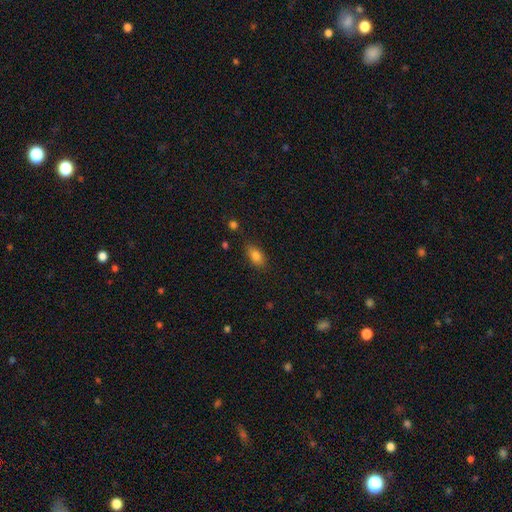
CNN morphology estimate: This appears to be a smooth galaxy with no disk features (83%) that is in between round and cigar-shaped (87%). Merging: none (80%).